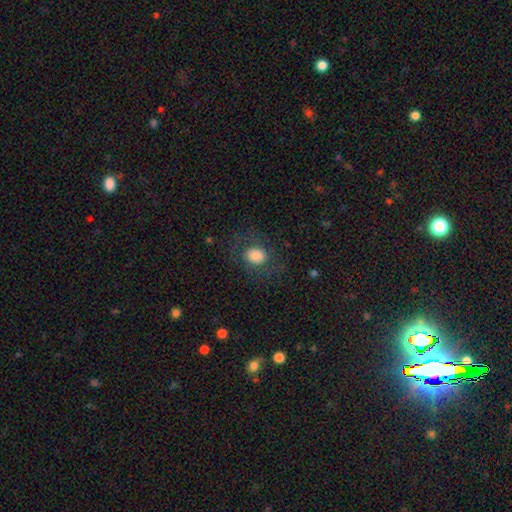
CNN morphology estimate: The model was most divided on "how rounded": round: 52%, in between: 47%, cigar-shaped: 1%. More confident: smooth or featured — smooth (69%); merging — none (69%).